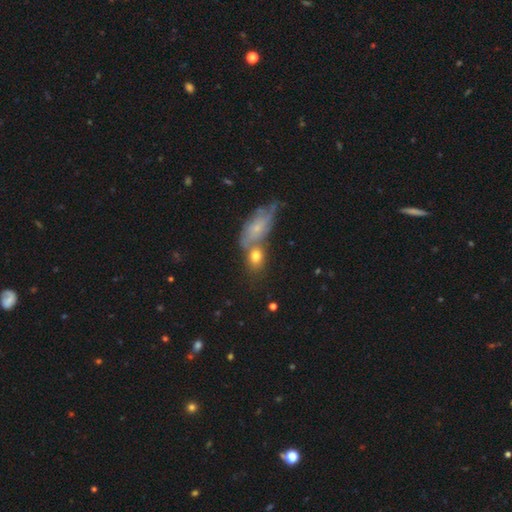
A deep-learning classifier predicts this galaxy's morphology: Smooth or featured?
  - smooth: 66% *
  - featured or disk: 24%
  - star or artifact: 10%
How rounded?
  - in between: 60% *
  - round: 34%
  - cigar-shaped: 6%
Merging?
  - none: 43% *
  - merger: 37%
  - minor disturbance: 14%
  - major disturbance: 6%